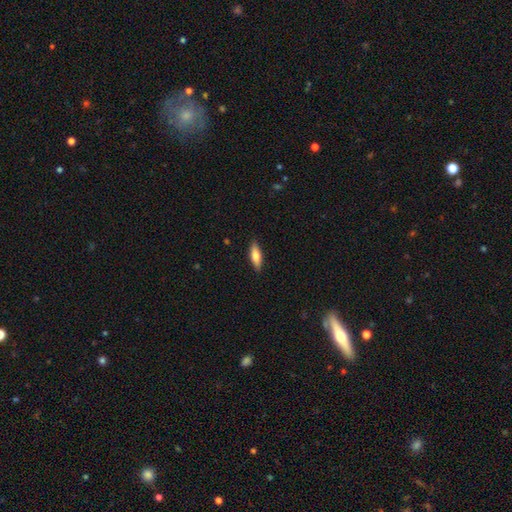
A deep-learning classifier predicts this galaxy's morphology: type=smooth (67%); roundness=cigar-shaped (53%); merging=none (89%).